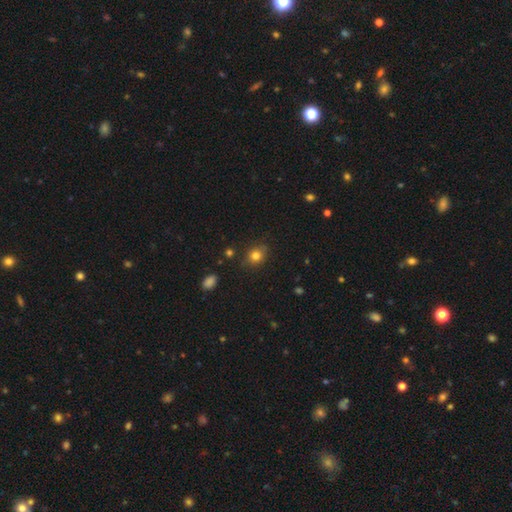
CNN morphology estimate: Overall: smooth (81%). How rounded: round (56%; in between 43%). Merging: none (79%).